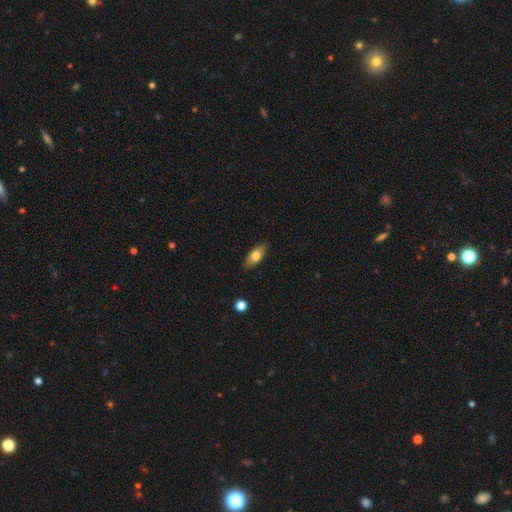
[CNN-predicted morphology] A smooth galaxy with no disk features (69%) that is in between round and cigar-shaped (80%).

Vote fractions:
- Smooth or featured? smooth: 69% / featured or disk: 24% / star or artifact: 7%
- How rounded? in between: 80% / cigar-shaped: 16% / round: 4%
- Merging? none: 86% / minor disturbance: 10% / major disturbance: 2% / merger: 1%